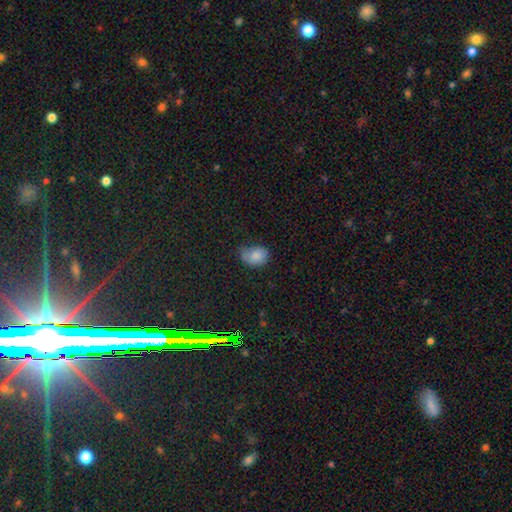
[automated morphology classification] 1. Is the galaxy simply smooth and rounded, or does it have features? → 82% smooth, 9% star or artifact, 9% featured or disk.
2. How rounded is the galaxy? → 71% in between, 28% round, 1% cigar-shaped.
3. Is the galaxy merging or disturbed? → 43% minor disturbance, 41% none, 13% major disturbance, 3% merger.